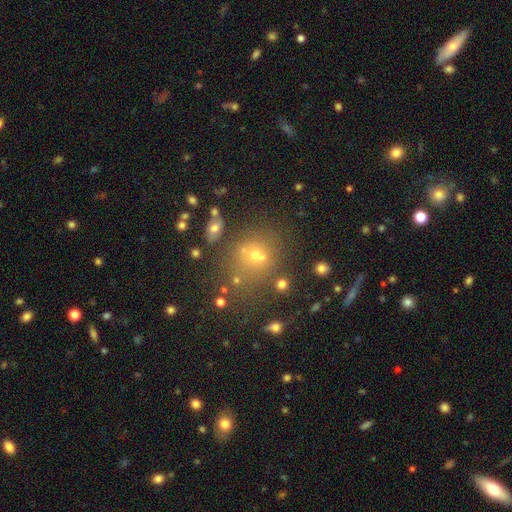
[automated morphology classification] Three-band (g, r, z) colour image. It shows a smooth galaxy with no disk features (56%) that is round (68%). Merging: none (52%).